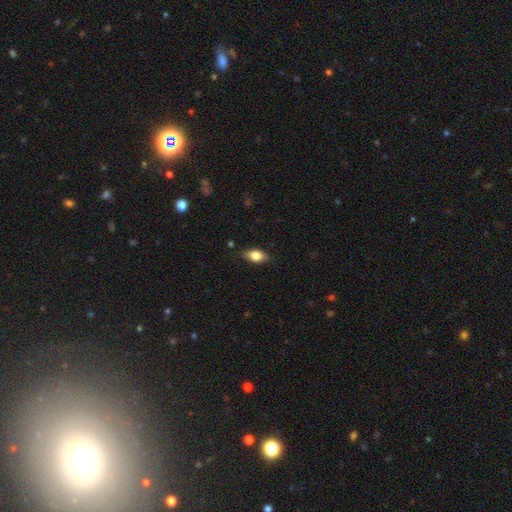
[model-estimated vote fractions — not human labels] Morphology: type=smooth (78%); roundness=in between (87%); merging=none (83%).